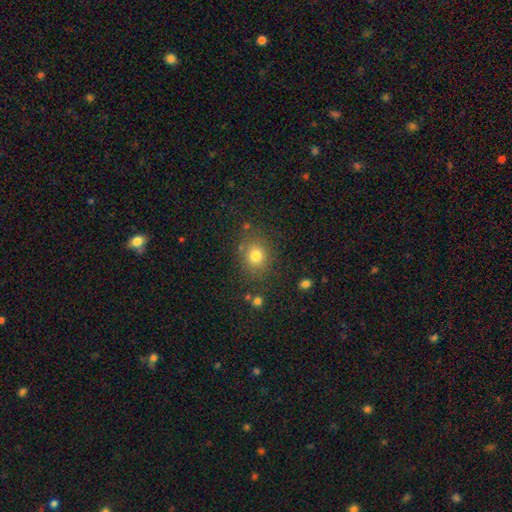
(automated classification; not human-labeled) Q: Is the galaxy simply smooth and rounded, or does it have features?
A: smooth — 79%.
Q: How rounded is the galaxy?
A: round — 74%.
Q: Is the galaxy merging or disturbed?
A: none — 81%.